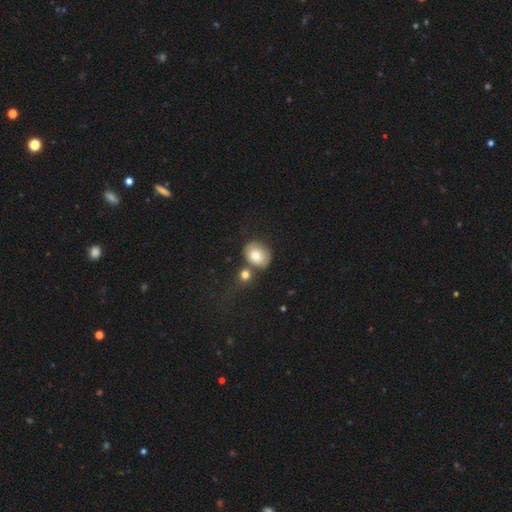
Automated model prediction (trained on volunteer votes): Smooth or featured: smooth — 75% (featured or disk — 16%)
How rounded: in between — 51% (round — 48%)
Merging: none — 58% (merger — 23%)